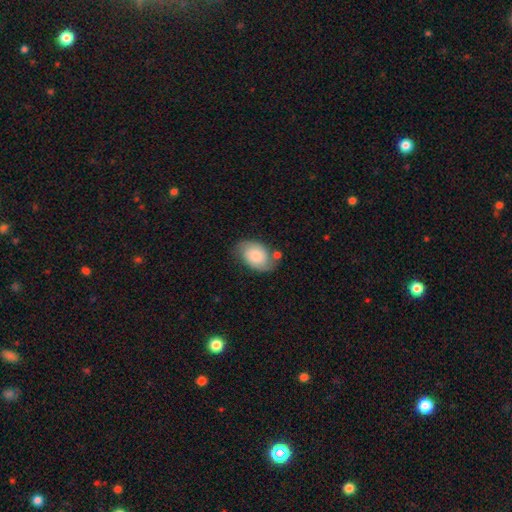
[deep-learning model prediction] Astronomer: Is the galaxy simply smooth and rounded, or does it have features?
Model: smooth — 59%.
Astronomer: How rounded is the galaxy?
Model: in between — 85%.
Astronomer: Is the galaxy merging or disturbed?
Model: none — 61%.